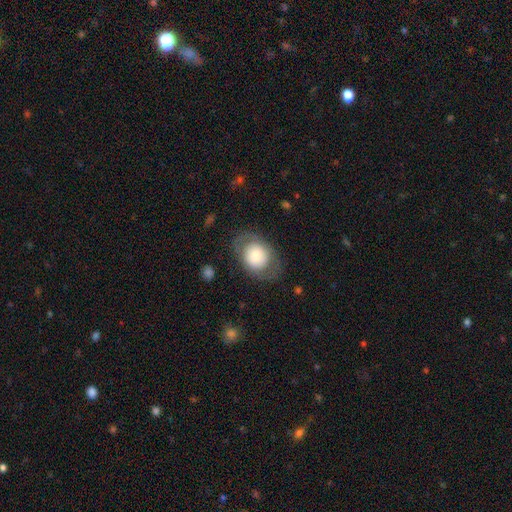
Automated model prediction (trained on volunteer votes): Q: Smooth or featured?
A: smooth (65%); runner-up: featured or disk (28%)
Q: How rounded?
A: in between (59%); runner-up: round (40%)
Q: Merging?
A: none (74%); runner-up: minor disturbance (15%)